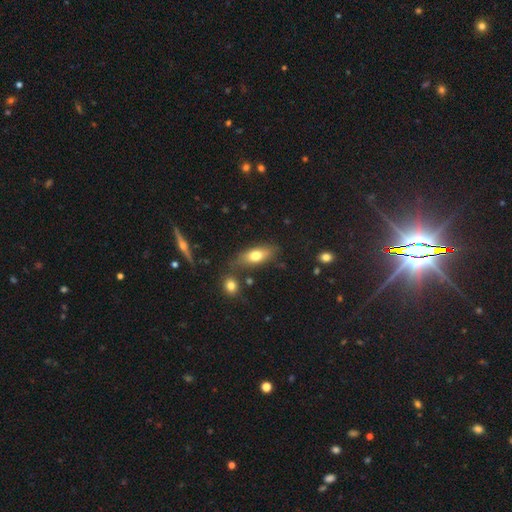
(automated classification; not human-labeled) Smooth or featured? Predicted: smooth (p=0.70). How rounded? Predicted: in between (p=0.76). Merging? Predicted: none (p=0.71).